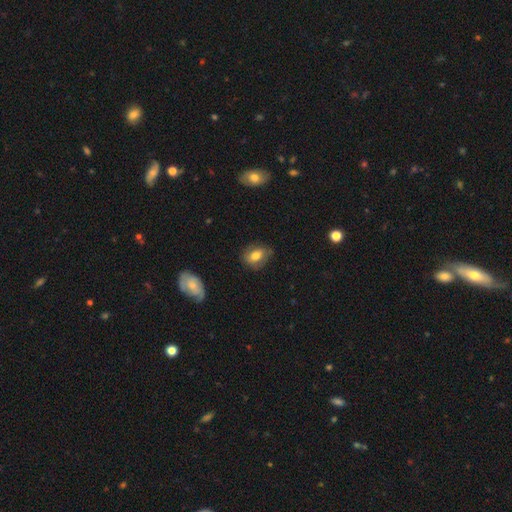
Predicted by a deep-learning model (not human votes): A smooth galaxy with no disk features (73%) that is in between round and cigar-shaped (68%). Merging: none (73%).